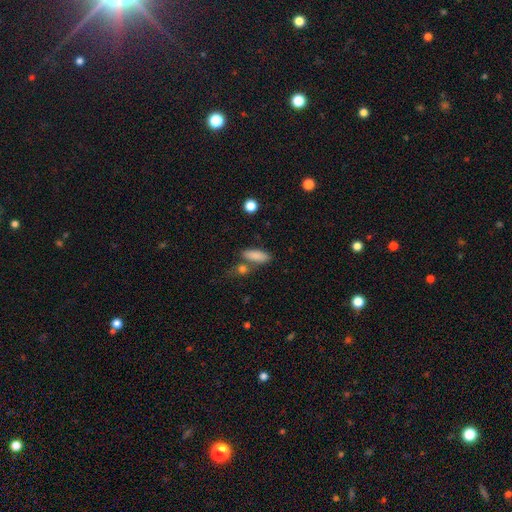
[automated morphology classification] type=smooth (85%); roundness=in between (63%); merging=none (65%).